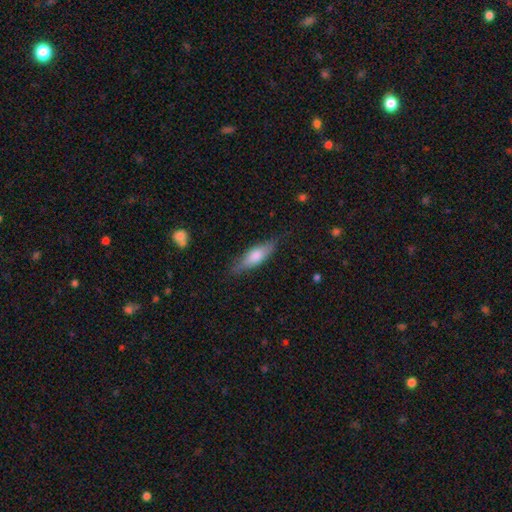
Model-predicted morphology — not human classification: Smooth or featured?
  - smooth: 58% *
  - featured or disk: 36%
  - star or artifact: 6%
How rounded?
  - cigar-shaped: 53% *
  - in between: 44%
  - round: 3%
Merging?
  - none: 79% *
  - minor disturbance: 16%
  - major disturbance: 4%
  - merger: 1%